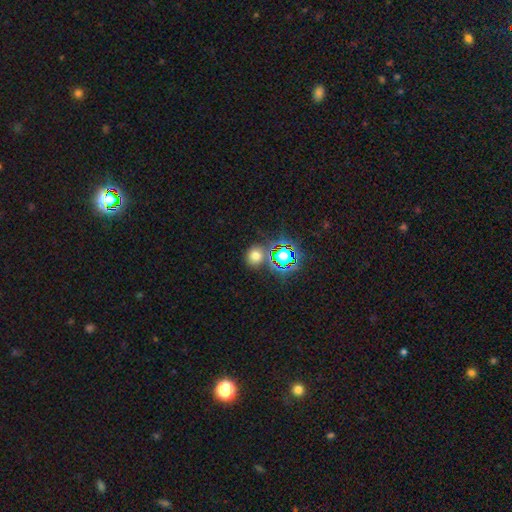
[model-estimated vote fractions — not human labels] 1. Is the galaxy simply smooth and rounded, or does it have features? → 61% smooth, 31% star or artifact, 8% featured or disk.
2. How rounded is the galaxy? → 77% round, 22% in between, 1% cigar-shaped.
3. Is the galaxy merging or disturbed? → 75% none, 10% merger, 10% minor disturbance, 4% major disturbance.